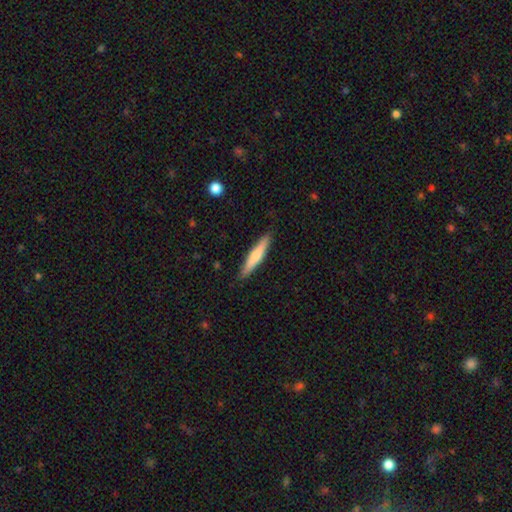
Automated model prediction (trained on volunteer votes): Q: Smooth or featured?
A: smooth (63%); runner-up: featured or disk (32%)
Q: How rounded?
A: cigar-shaped (89%); runner-up: in between (10%)
Q: Merging?
A: none (89%); runner-up: minor disturbance (9%)